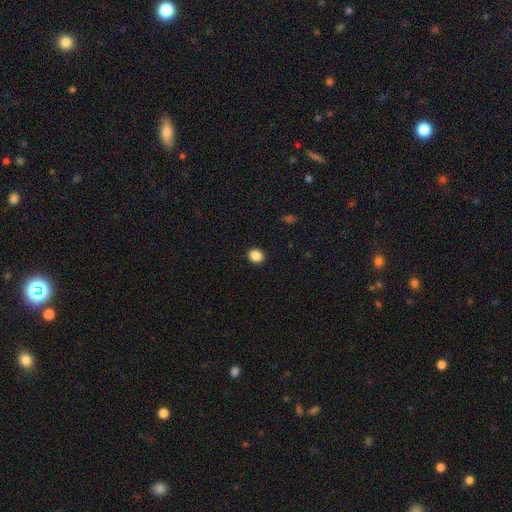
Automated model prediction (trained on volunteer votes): smooth 87%, star or artifact 10%, featured or disk 3%. Down the decision tree: how rounded — round (62%); merging — none (91%).